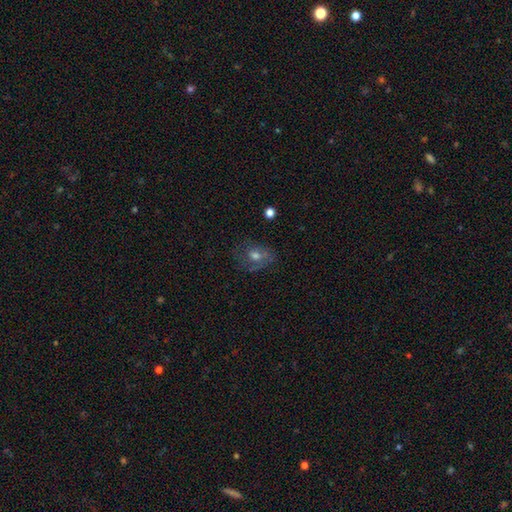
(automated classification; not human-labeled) Smooth or featured: featured or disk — 42% (smooth — 41%)
Merging: none — 57% (minor disturbance — 23%)